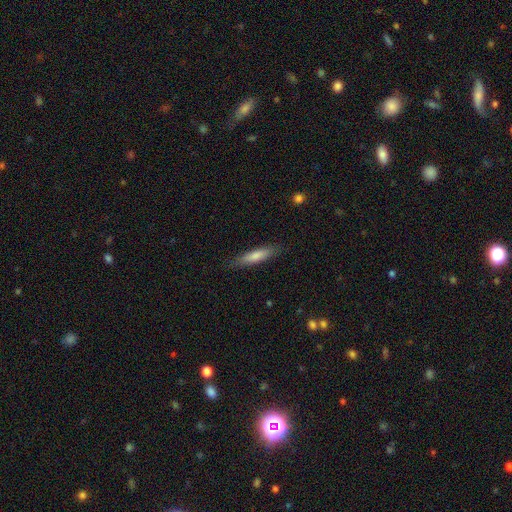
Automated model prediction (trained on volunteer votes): Q: Smooth or featured?
A: smooth (60%); runner-up: featured or disk (32%)
Q: How rounded?
A: cigar-shaped (86%); runner-up: in between (12%)
Q: Merging?
A: none (86%); runner-up: minor disturbance (11%)